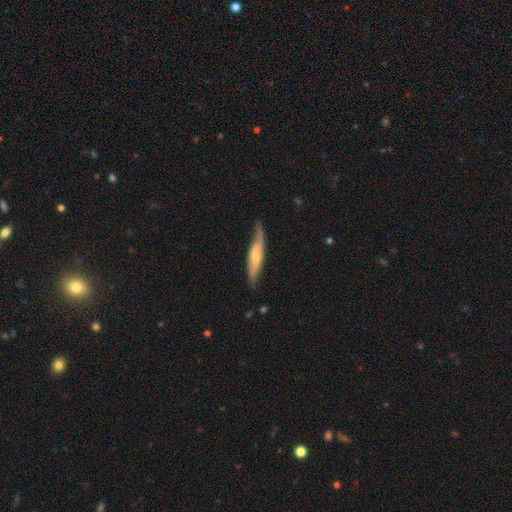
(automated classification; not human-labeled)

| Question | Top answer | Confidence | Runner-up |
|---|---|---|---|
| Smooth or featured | featured or disk | 52% | smooth (43%) |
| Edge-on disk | yes | 67% | no (33%) |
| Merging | none | 63% | minor disturbance (27%) |